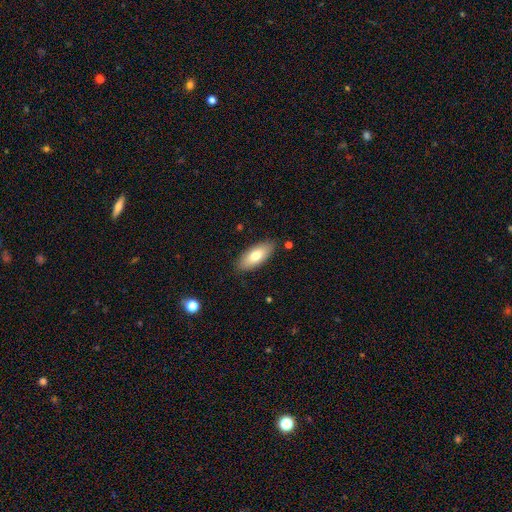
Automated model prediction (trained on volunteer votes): This appears to be a smooth galaxy with no disk features (75%) that is in between round and cigar-shaped (81%). Merging: none (86%).